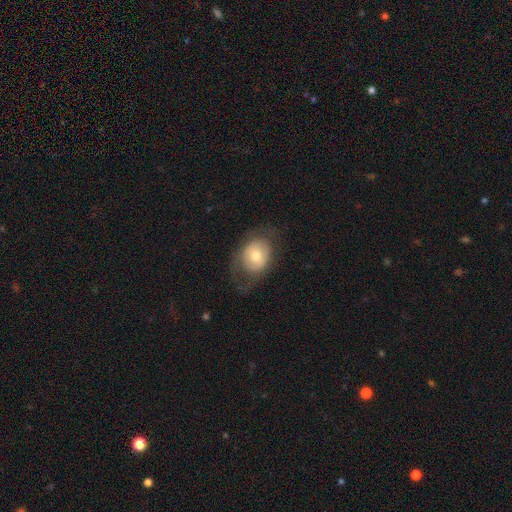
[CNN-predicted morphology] smooth-or-featured: smooth: 55% | featured or disk: 37% | star or artifact: 8%
  how-rounded: in between: 55% | round: 44% | cigar-shaped: 1%
  merging: none: 62% | minor disturbance: 19% | major disturbance: 17% | merger: 1%